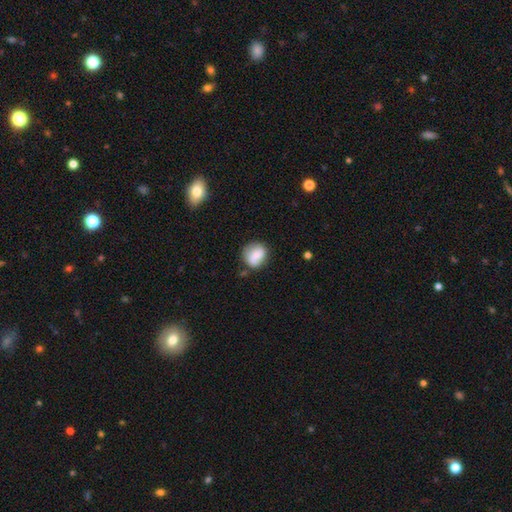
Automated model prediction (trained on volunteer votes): Smooth or featured? smooth (72%)
How rounded? round (70%)
Merging? none (60%)